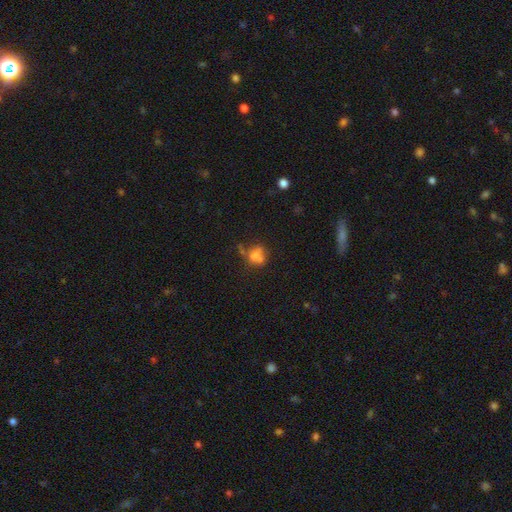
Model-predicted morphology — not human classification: A smooth galaxy with no disk features (62%) that is in between round and cigar-shaped (49%).

Vote fractions:
- Smooth or featured? smooth: 62% / featured or disk: 23% / star or artifact: 15%
- How rounded? in between: 49% / round: 48% / cigar-shaped: 2%
- Merging? none: 37% / minor disturbance: 23% / merger: 21% / major disturbance: 19%